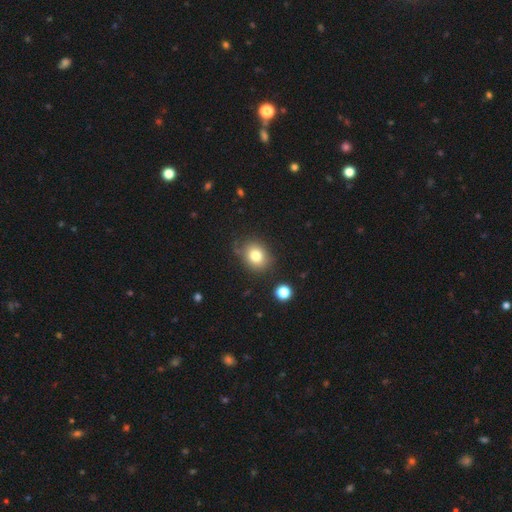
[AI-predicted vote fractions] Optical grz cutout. It shows a smooth galaxy with no disk features (80%) that is round (60%). Merging: none (77%).